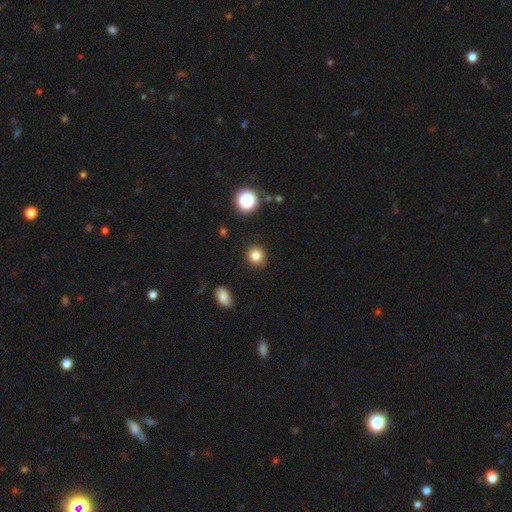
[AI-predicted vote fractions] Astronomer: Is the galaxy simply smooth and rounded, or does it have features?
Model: smooth — 83%.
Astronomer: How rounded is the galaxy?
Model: round — 87%.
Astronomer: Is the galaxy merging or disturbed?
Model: none — 90%.